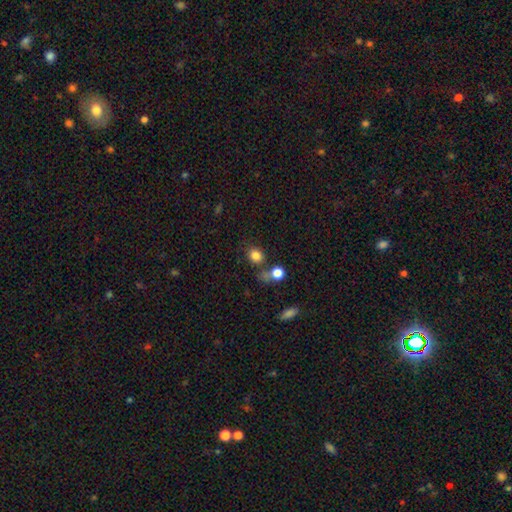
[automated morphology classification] Q: Smooth or featured?
A: smooth (82%); runner-up: star or artifact (12%)
Q: How rounded?
A: round (70%); runner-up: in between (28%)
Q: Merging?
A: none (66%); runner-up: merger (16%)